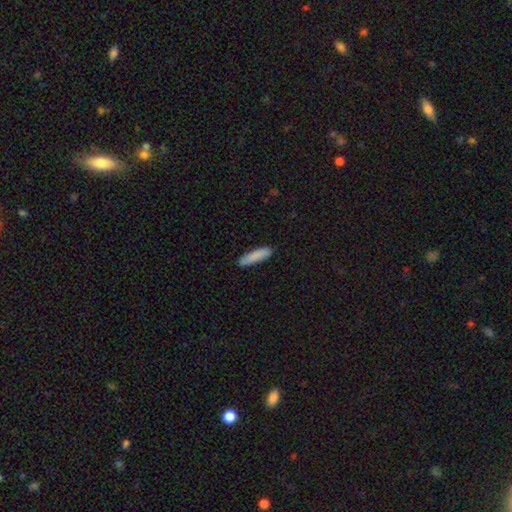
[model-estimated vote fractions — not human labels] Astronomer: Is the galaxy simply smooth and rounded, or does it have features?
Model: smooth — 86%.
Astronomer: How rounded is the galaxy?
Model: cigar-shaped — 75%.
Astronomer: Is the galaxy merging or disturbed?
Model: none — 86%.